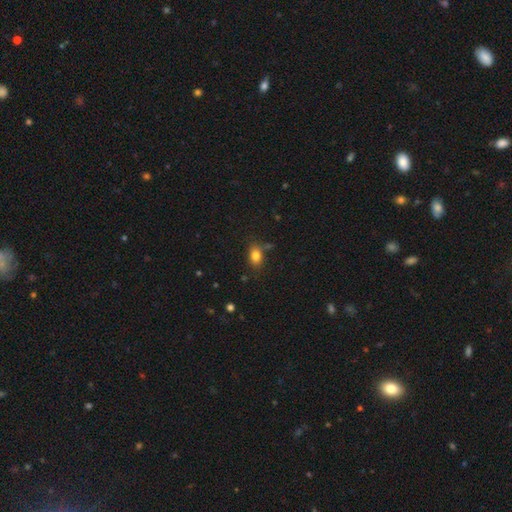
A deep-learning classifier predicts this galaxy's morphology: Smooth or featured?
  - smooth: 81% *
  - star or artifact: 11%
  - featured or disk: 8%
How rounded?
  - in between: 77% *
  - round: 21%
  - cigar-shaped: 2%
Merging?
  - none: 74% *
  - minor disturbance: 16%
  - merger: 6%
  - major disturbance: 4%